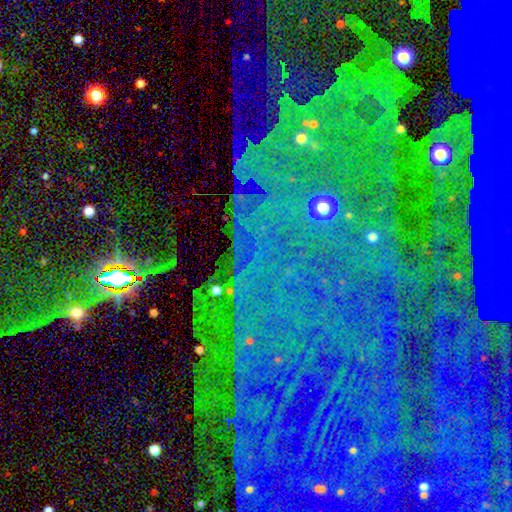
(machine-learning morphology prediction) This appears to be a star or artifact, not a galaxy (81%).